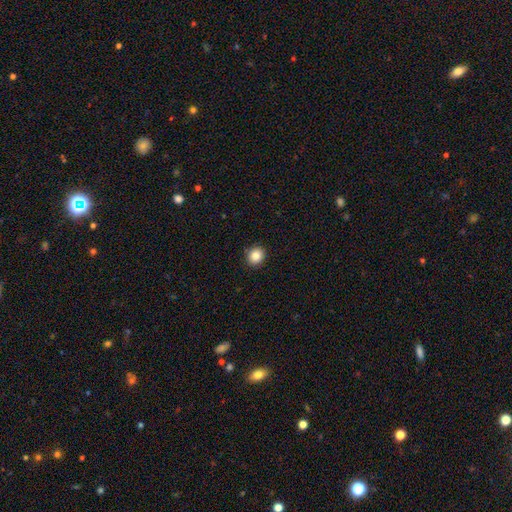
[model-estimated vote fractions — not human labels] smooth 85%, star or artifact 10%, featured or disk 5%. Down the decision tree: how rounded — round (83%); merging — none (91%).